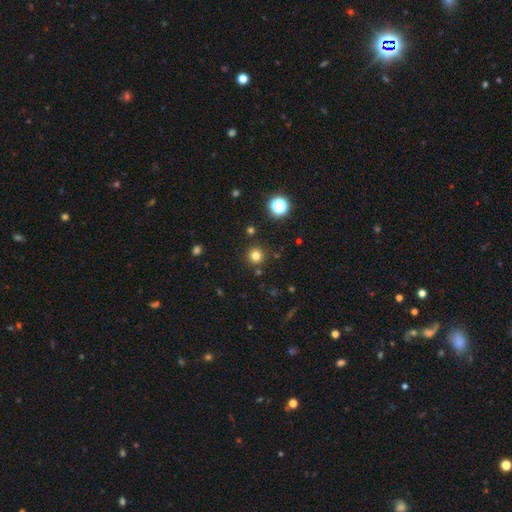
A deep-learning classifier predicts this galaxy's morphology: type=smooth (78%); roundness=round (95%); merging=none (88%).